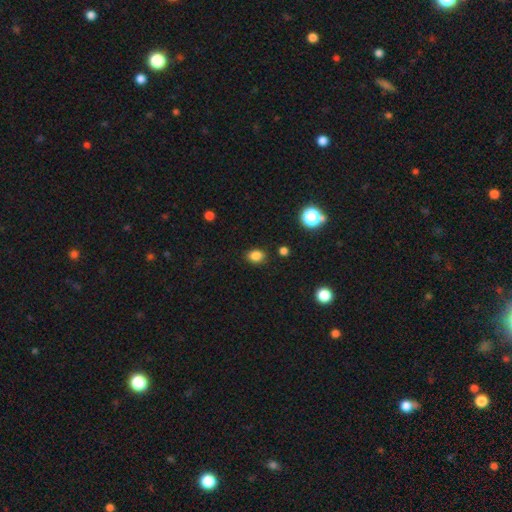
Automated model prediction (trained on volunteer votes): Smooth or featured? Predicted: smooth (p=0.83). How rounded? Predicted: in between (p=0.57). Merging? Predicted: none (p=0.85).